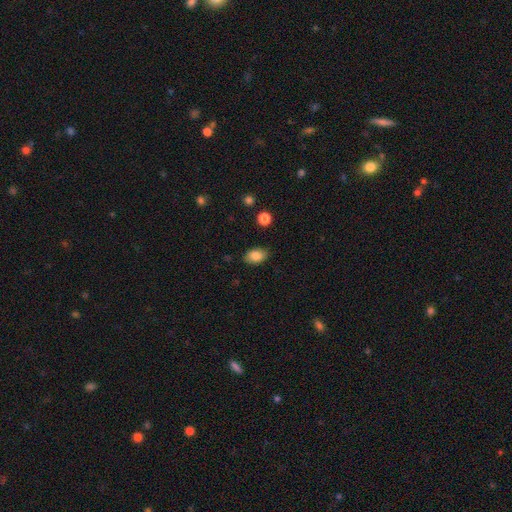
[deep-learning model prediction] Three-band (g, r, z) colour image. It shows a smooth galaxy with no disk features (84%) that is in between round and cigar-shaped (88%). Merging: none (84%).